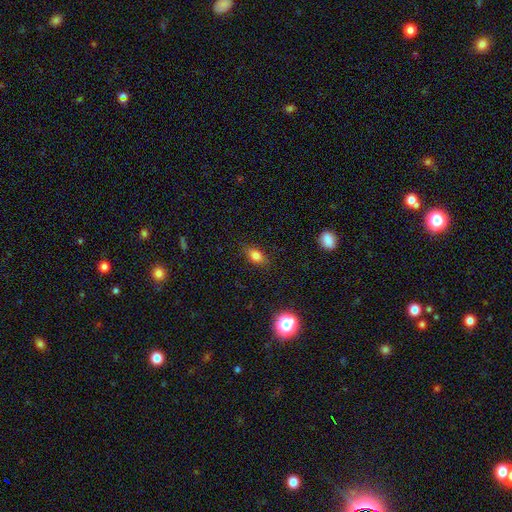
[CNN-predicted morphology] A smooth galaxy with no disk features (78%) that is in between round and cigar-shaped (77%). Merging: none (83%).